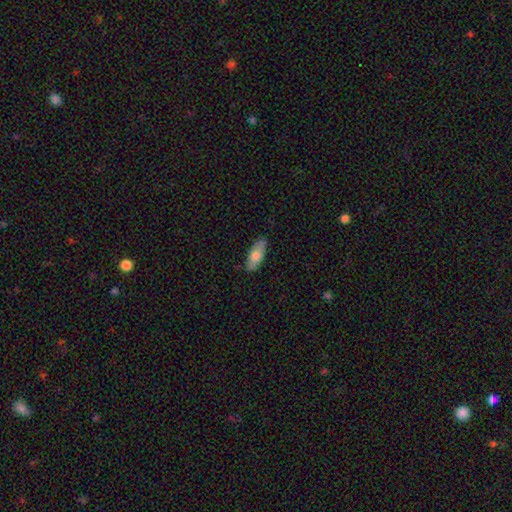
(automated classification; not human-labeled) Overall: smooth (72%). How rounded: in between (74%). Merging: none (83%).